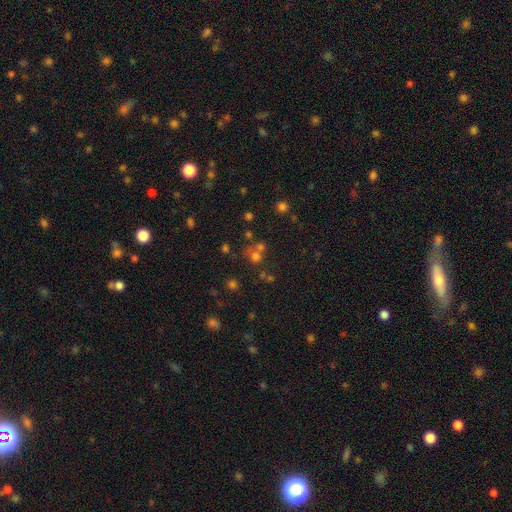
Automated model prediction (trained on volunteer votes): Overall: smooth (55%; star or artifact 33%). How rounded: round (86%). Merging: none (55%; merger 32%).